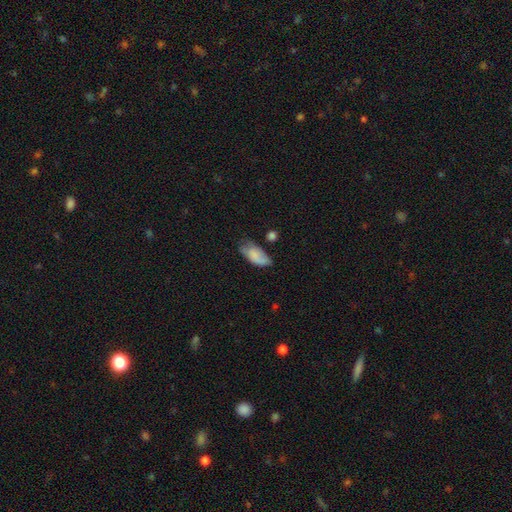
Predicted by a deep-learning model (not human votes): Smooth or featured: smooth — 77% (featured or disk — 15%)
How rounded: in between — 92% (cigar-shaped — 6%)
Merging: none — 47% (minor disturbance — 36%)